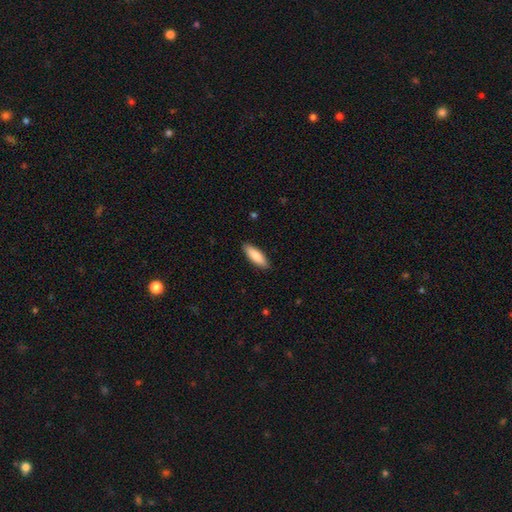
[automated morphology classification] Smooth or featured? Predicted: smooth (p=0.86). How rounded? Predicted: in between (p=0.53). Merging? Predicted: none (p=0.89).